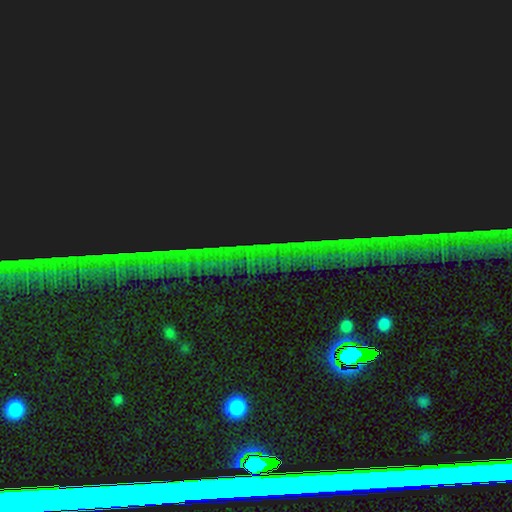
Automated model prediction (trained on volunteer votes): The model was most divided on "smooth or featured": star or artifact: 85%, featured or disk: 8%, smooth: 7%.